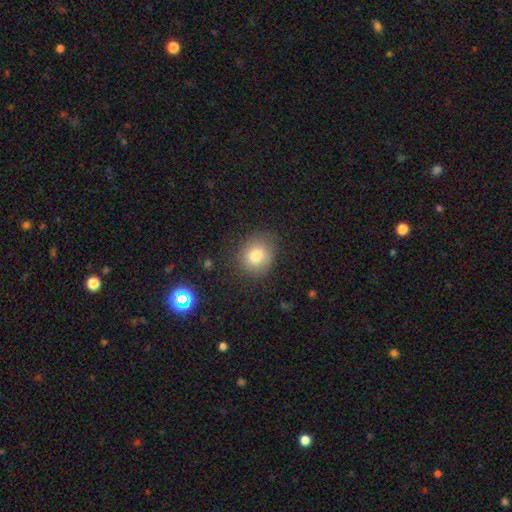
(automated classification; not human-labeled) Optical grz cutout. It shows a smooth galaxy with no disk features (80%) that is round (75%). Merging: none (79%).